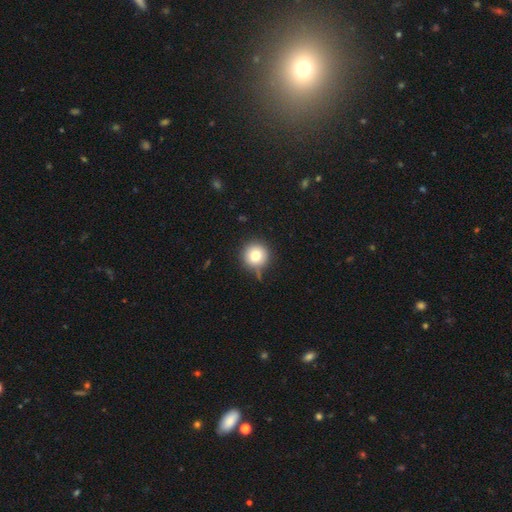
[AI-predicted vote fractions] Morphology: type=smooth (77%); roundness=round (96%); merging=none (75%).